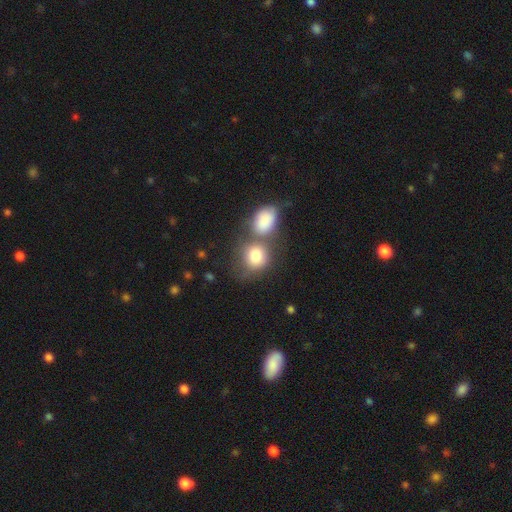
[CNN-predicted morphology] A smooth galaxy with no disk features (81%) that is round (66%). Merging: merger (48%).